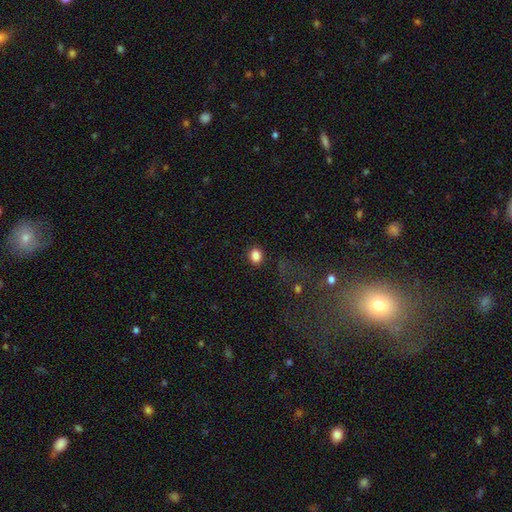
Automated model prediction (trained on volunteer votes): Morphology: type=smooth (85%); roundness=round (57%); merging=none (87%).